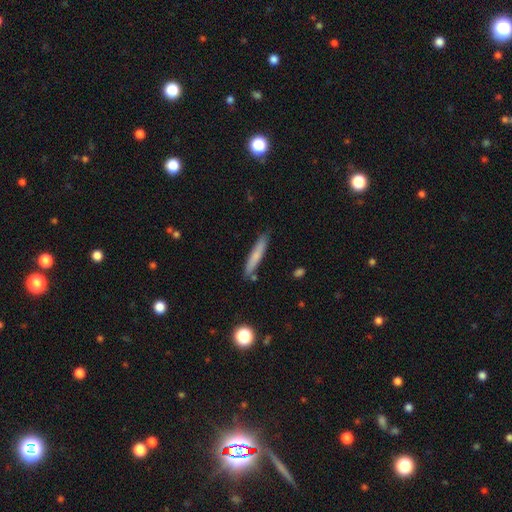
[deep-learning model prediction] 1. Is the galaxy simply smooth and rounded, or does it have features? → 72% smooth, 21% featured or disk, 7% star or artifact.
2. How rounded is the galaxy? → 92% cigar-shaped, 6% in between, 1% round.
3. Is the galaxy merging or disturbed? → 83% none, 12% minor disturbance, 3% merger, 2% major disturbance.